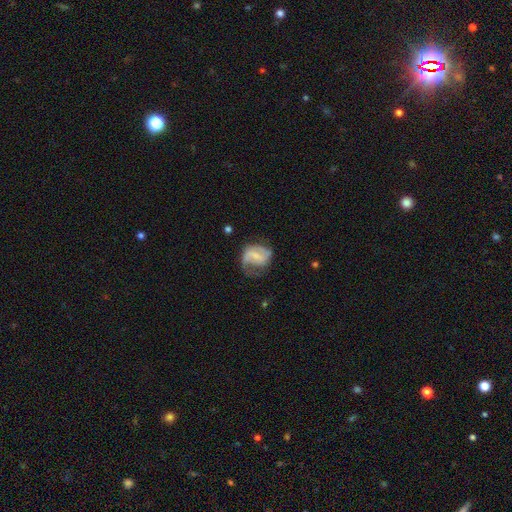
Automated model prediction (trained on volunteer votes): featured or disk 64%, smooth 29%, star or artifact 7%. Down the decision tree: edge-on disk — no (97%); bar — weak (49%); spiral arms — yes (81%); spiral arm count — 2 (58%); spiral winding — medium (42%); bulge size — small (47%); merging — none (41%).